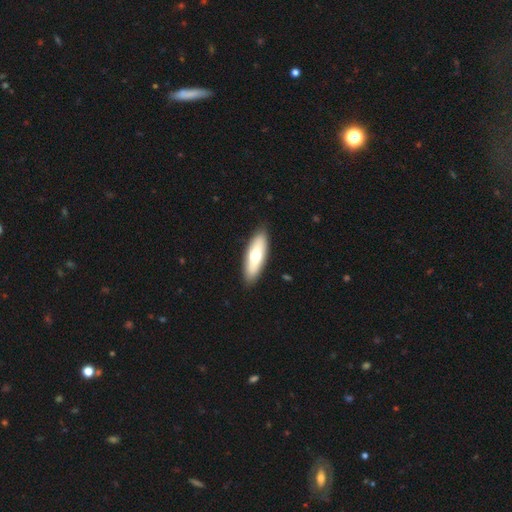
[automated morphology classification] This is likely a smooth galaxy (65%). How rounded: likely in between (61%). Merging: clearly none (88%).